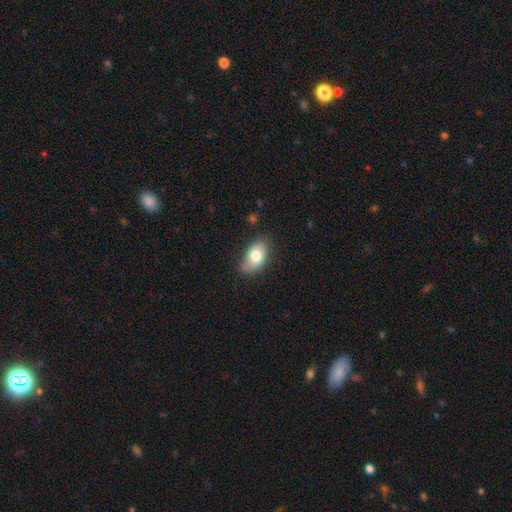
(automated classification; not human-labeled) This is likely a smooth galaxy (76%). How rounded: clearly in between (92%). Merging: likely none (71%).